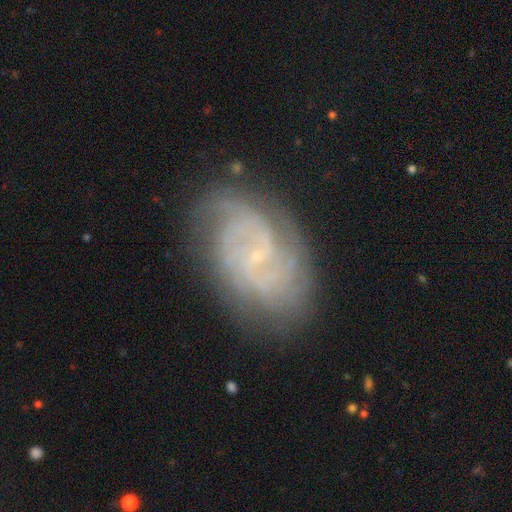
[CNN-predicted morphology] Smooth or featured? Predicted: featured or disk (p=0.83). Edge-on disk? Predicted: no (p=0.97). Bar? Predicted: weak (p=0.45, tied with no). Spiral arms? Predicted: yes (p=0.94). Spiral winding? Predicted: tight (p=0.44). Spiral arm count? Predicted: 2 (p=0.39). Bulge size? Predicted: small (p=0.83). Merging? Predicted: none (p=0.75).